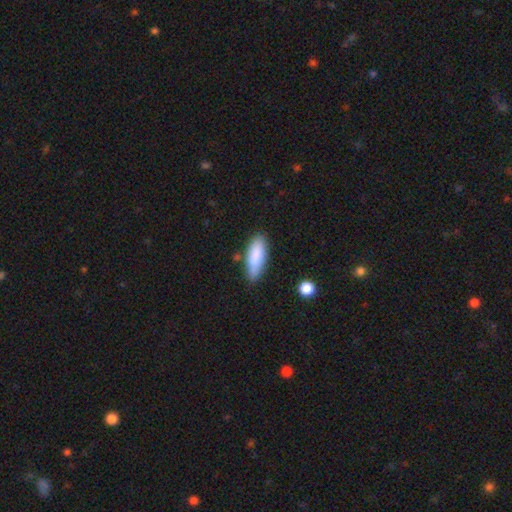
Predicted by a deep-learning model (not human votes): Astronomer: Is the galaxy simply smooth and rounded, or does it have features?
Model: smooth — 85%.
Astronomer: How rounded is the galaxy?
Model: in between — 65%.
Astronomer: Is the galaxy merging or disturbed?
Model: none — 76%.